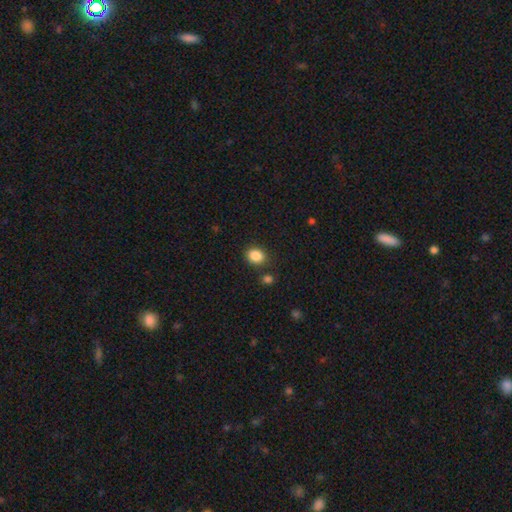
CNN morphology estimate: Smooth or featured: smooth — 87% (star or artifact — 10%)
How rounded: round — 50% (in between — 49%)
Merging: none — 81% (minor disturbance — 10%)